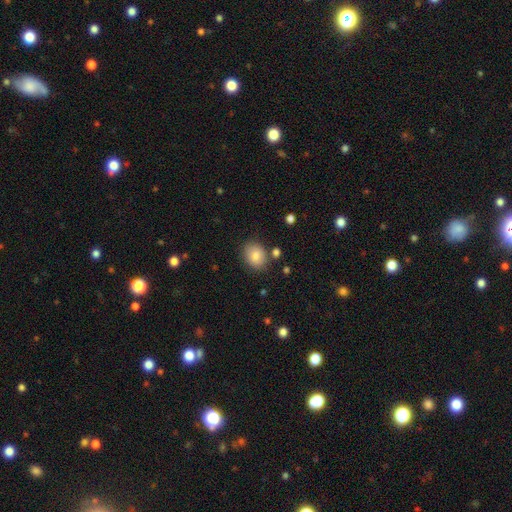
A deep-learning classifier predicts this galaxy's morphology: This is clearly a smooth galaxy (84%). How rounded: possibly in between (51%). Merging: clearly none (81%).